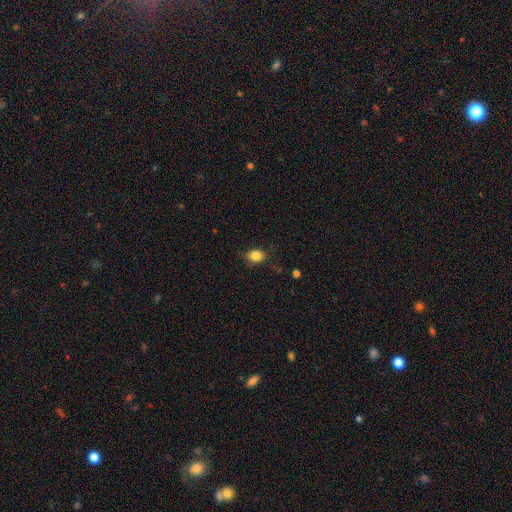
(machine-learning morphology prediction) Q: Smooth or featured?
A: smooth (84%); runner-up: star or artifact (10%)
Q: How rounded?
A: in between (62%); runner-up: round (37%)
Q: Merging?
A: none (80%); runner-up: minor disturbance (15%)